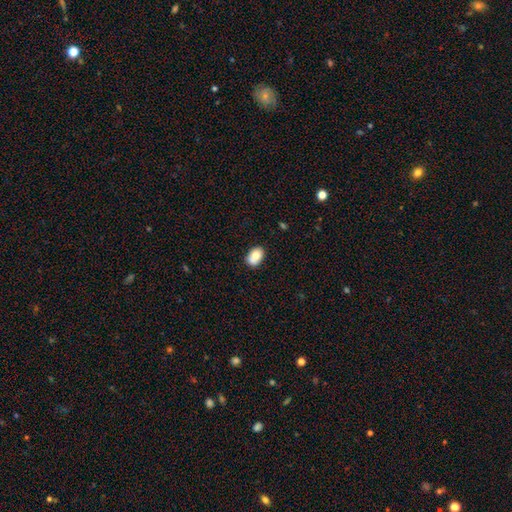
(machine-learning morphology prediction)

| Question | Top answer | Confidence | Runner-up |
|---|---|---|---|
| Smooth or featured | smooth | 77% | featured or disk (15%) |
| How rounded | in between | 77% | round (22%) |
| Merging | none | 64% | minor disturbance (18%) |